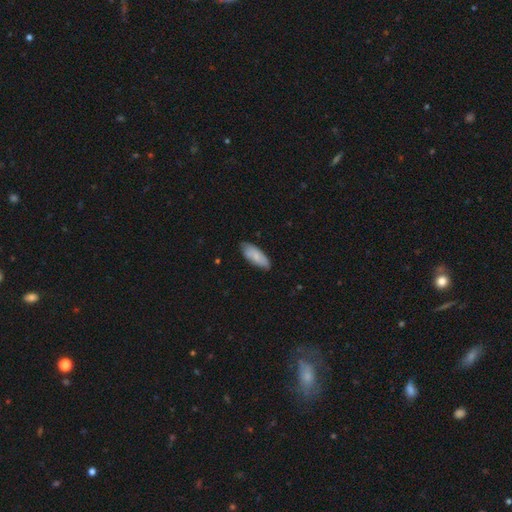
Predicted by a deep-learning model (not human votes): The model was most divided on "smooth or featured": smooth: 73%, featured or disk: 21%, star or artifact: 6%. More confident: how rounded — in between (80%); merging — none (75%).